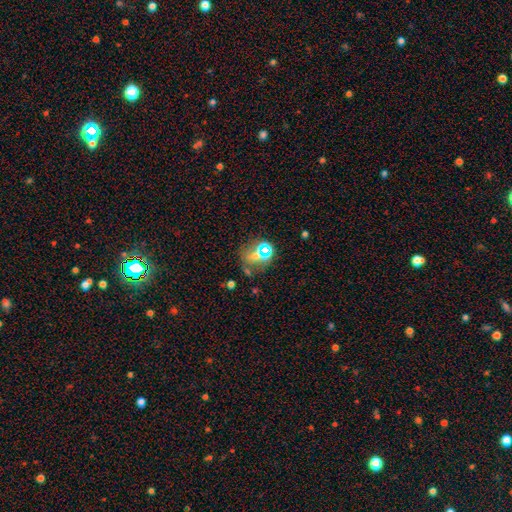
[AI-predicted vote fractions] This is marginally a smooth galaxy (42%). Merging: possibly none (47%).